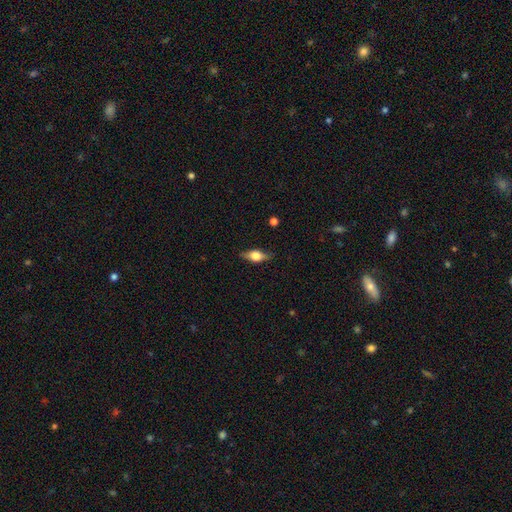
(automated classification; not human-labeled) Smooth or featured? Predicted: smooth (p=0.52). How rounded? Predicted: in between (p=0.72). Merging? Predicted: none (p=0.81).